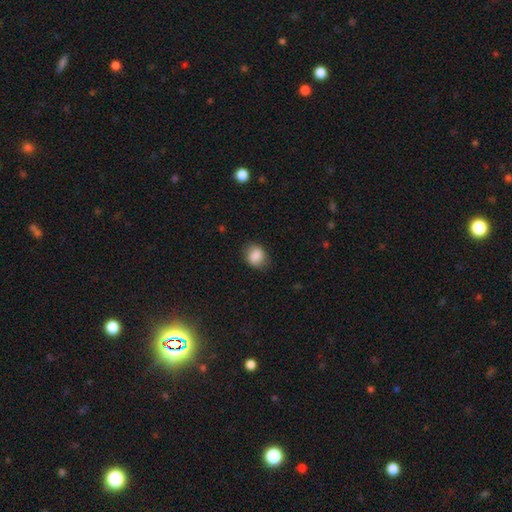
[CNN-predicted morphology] This is clearly a smooth galaxy (84%). How rounded: possibly round (59%). Merging: likely none (76%).